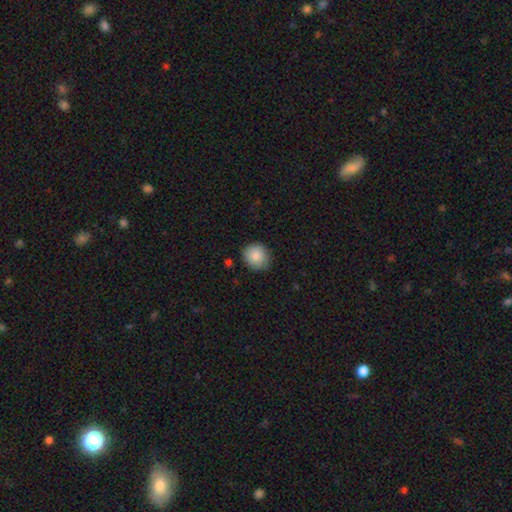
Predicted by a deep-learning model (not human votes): smooth_or_featured: smooth (p=0.85) [alt: star or artifact p=0.07]
how_rounded: round (p=0.82) [alt: in between p=0.17]
merging: none (p=0.82) [alt: minor disturbance p=0.14]